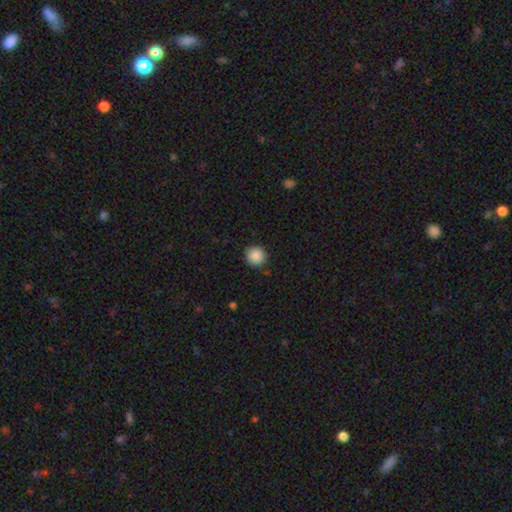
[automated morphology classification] The model was most divided on "smooth or featured": smooth: 88%, star or artifact: 9%, featured or disk: 3%. More confident: how rounded — round (94%); merging — none (90%).